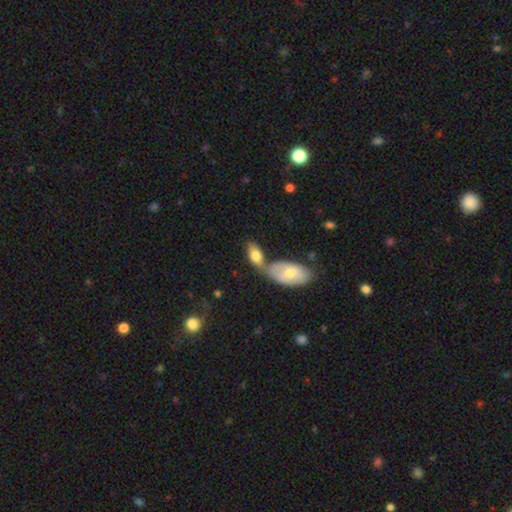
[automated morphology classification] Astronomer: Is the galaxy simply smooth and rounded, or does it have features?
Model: smooth — 73%.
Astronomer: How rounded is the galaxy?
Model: in between — 89%.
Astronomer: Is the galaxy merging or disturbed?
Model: merger — 51% (runner-up: none, 32%).